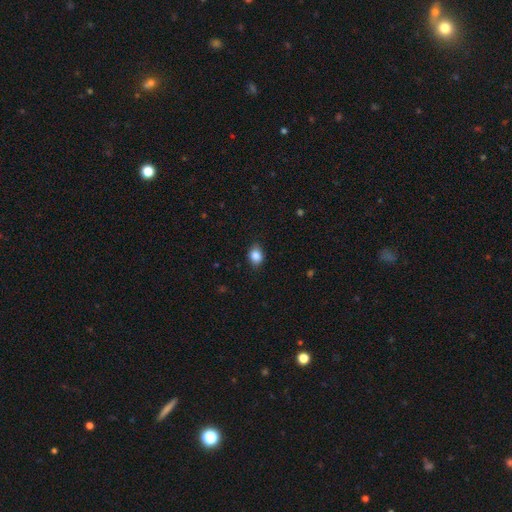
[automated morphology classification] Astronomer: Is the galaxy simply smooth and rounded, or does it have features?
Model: smooth — 86%.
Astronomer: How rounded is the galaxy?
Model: in between — 59% (runner-up: round, 40%).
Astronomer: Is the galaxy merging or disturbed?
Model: none — 83%.